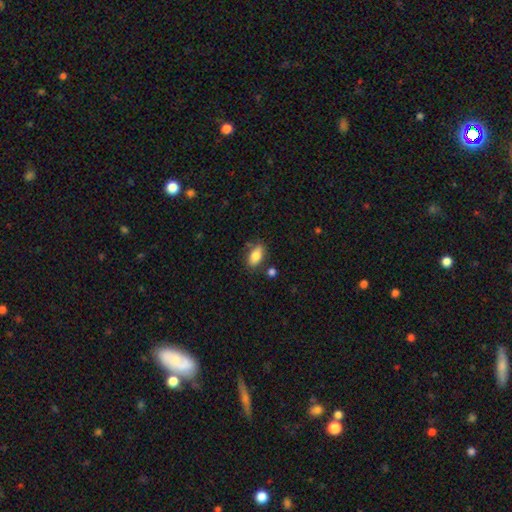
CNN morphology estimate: smooth-or-featured: smooth: 82% | featured or disk: 10% | star or artifact: 7%
  how-rounded: in between: 90% | cigar-shaped: 6% | round: 4%
  merging: none: 76% | minor disturbance: 15% | merger: 6% | major disturbance: 4%